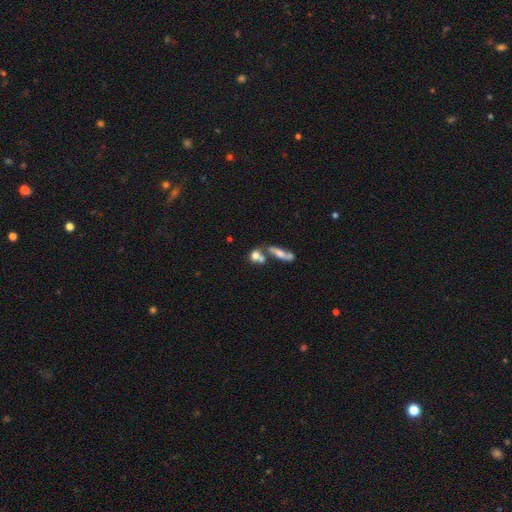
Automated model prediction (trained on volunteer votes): Overall: smooth (67%). How rounded: round (61%; in between 30%). Merging: none (42%; merger 41%).